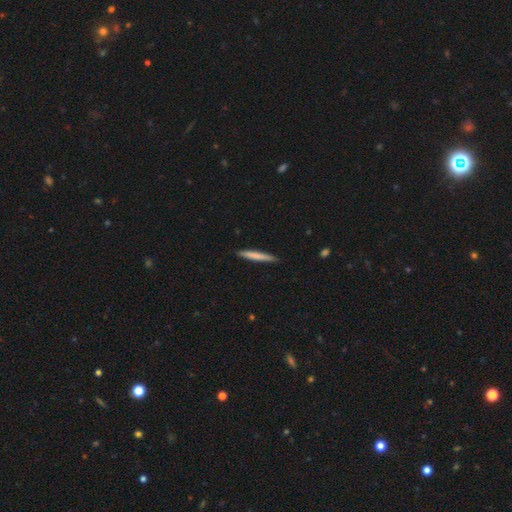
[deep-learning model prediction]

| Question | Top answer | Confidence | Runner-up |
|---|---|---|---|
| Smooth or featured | smooth | 73% | featured or disk (22%) |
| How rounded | cigar-shaped | 96% | in between (3%) |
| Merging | none | 90% | minor disturbance (7%) |